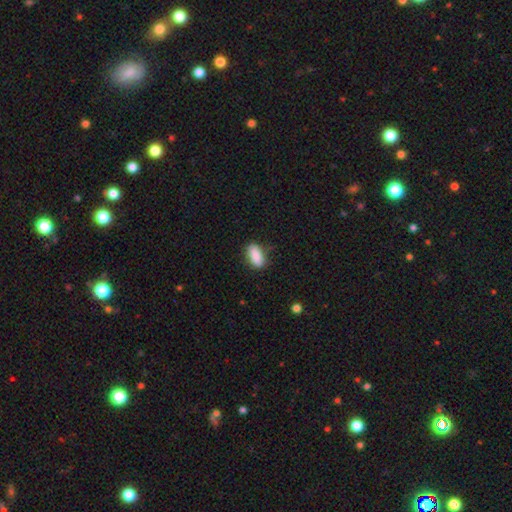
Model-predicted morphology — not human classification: This appears to be a smooth galaxy with no disk features (89%) that is in between round and cigar-shaped (86%). Merging: none (80%).